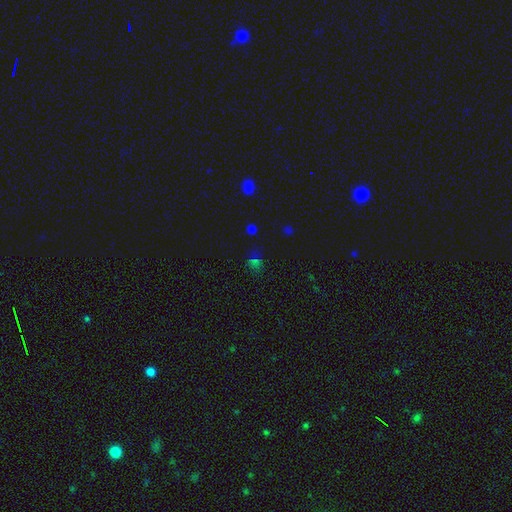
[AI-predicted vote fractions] This appears to be a smooth galaxy with no disk features (49%). Merging: none (74%).